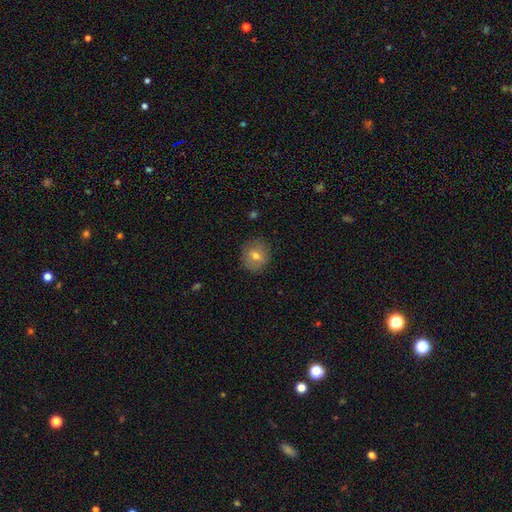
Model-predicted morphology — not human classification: A smooth galaxy with no disk features (71%) that is round (84%). Merging: none (87%).